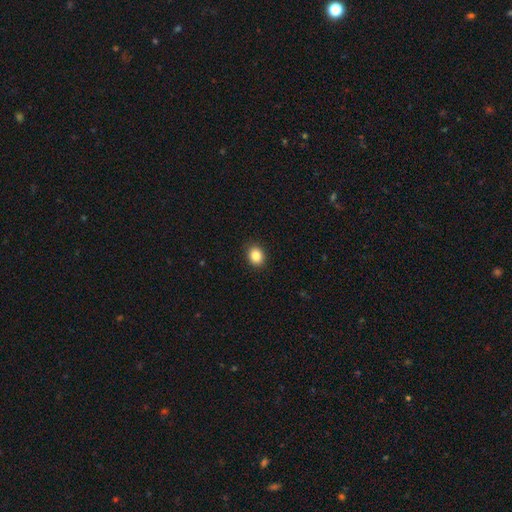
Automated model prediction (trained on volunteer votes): Smooth or featured? Predicted: smooth (p=0.85). How rounded? Predicted: round (p=0.56). Merging? Predicted: none (p=0.90).